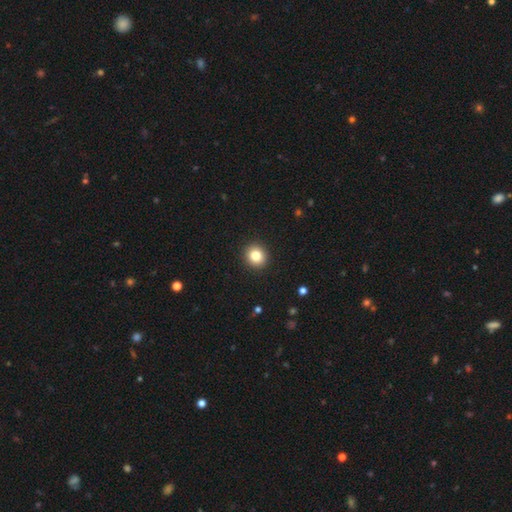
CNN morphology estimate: This appears to be a smooth galaxy with no disk features (82%) that is round (88%). Merging: none (92%).